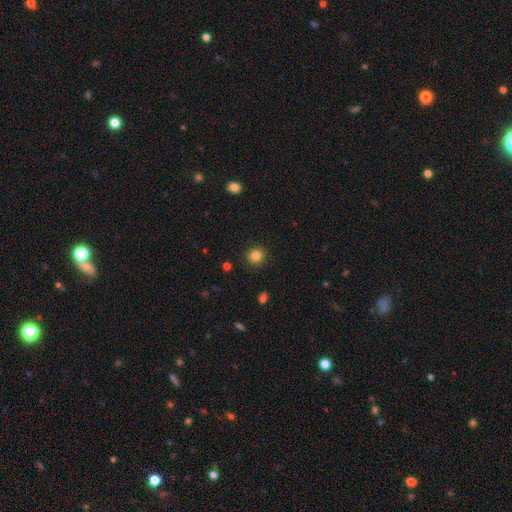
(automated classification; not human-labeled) This is clearly a smooth galaxy (84%). How rounded: clearly round (91%). Merging: clearly none (91%).